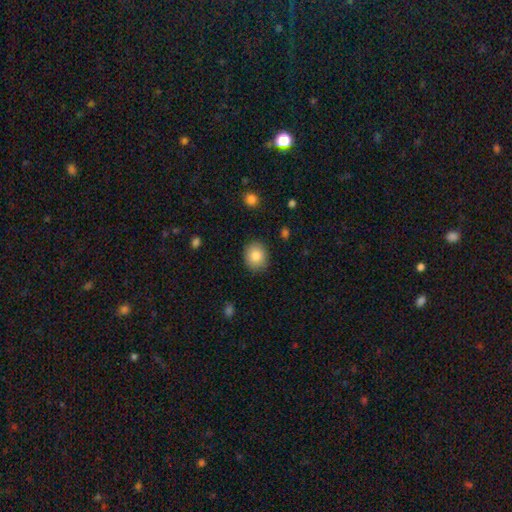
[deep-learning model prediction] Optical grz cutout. It shows a smooth galaxy with no disk features (84%) that is round (63%). Merging: none (88%).